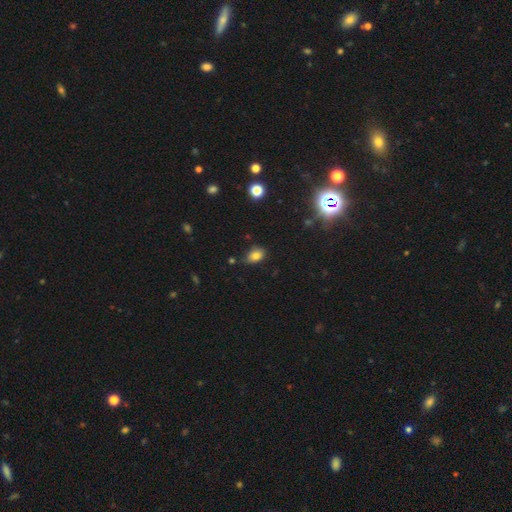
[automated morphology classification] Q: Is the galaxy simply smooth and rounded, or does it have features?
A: smooth — 79%.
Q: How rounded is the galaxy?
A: in between — 80%.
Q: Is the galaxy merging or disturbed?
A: none — 68%.